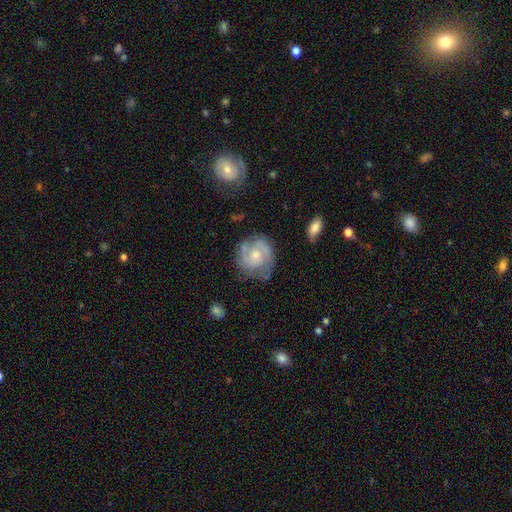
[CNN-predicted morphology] smooth_or_featured: featured or disk (p=0.77) [alt: smooth p=0.17]
disk_edge_on: no (p=0.98) [alt: yes p=0.02]
bar: no (p=0.70) [alt: weak p=0.26]
has_spiral_arms: yes (p=0.93) [alt: no p=0.07]
spiral_winding: tight (p=0.47) [alt: medium p=0.42]
spiral_arm_count: 2 (p=0.64) [alt: can't tell p=0.16]
bulge_size: small (p=0.48) [alt: moderate p=0.45]
merging: none (p=0.68) [alt: minor disturbance p=0.21]